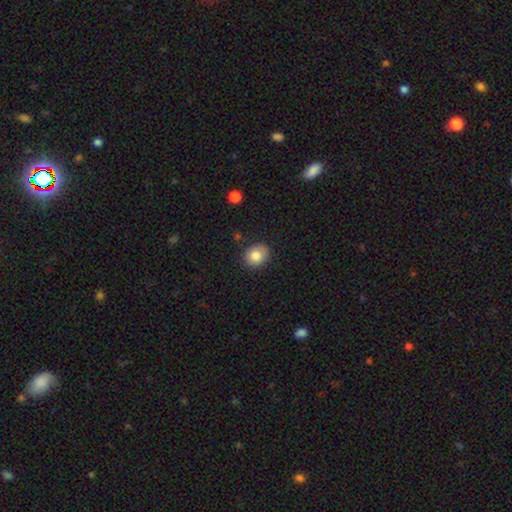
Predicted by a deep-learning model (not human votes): Smooth or featured? smooth (83%)
How rounded? round (62%)
Merging? none (84%)